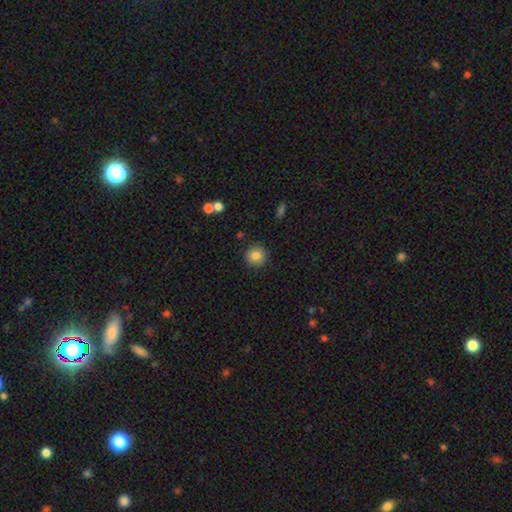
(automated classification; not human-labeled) smooth 83%, star or artifact 9%, featured or disk 7%. Down the decision tree: how rounded — round (93%); merging — none (89%).